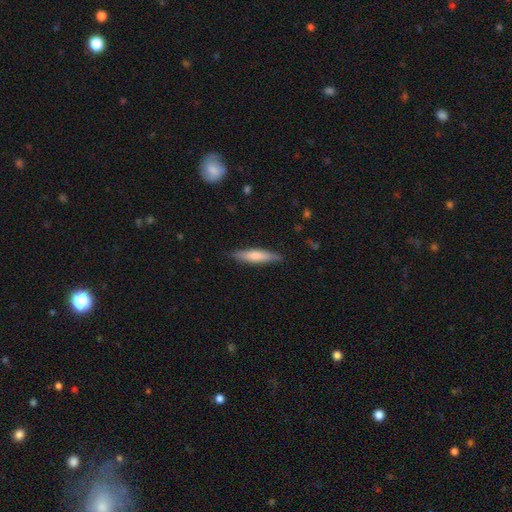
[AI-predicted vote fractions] Smooth or featured?
  - smooth: 66% *
  - featured or disk: 29%
  - star or artifact: 5%
How rounded?
  - cigar-shaped: 82% *
  - in between: 16%
  - round: 1%
Merging?
  - none: 86% *
  - minor disturbance: 11%
  - major disturbance: 2%
  - merger: 1%